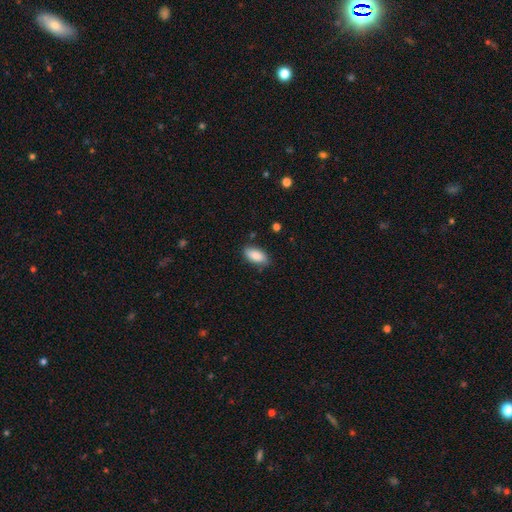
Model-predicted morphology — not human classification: A smooth galaxy with no disk features (86%) that is in between round and cigar-shaped (91%). Merging: none (80%).